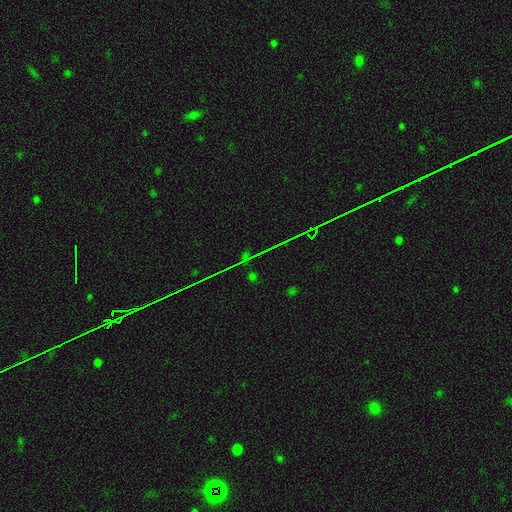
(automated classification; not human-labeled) A star or artifact, not a galaxy (81%).

Vote fractions:
- Smooth or featured? star or artifact: 81% / featured or disk: 10% / smooth: 9%